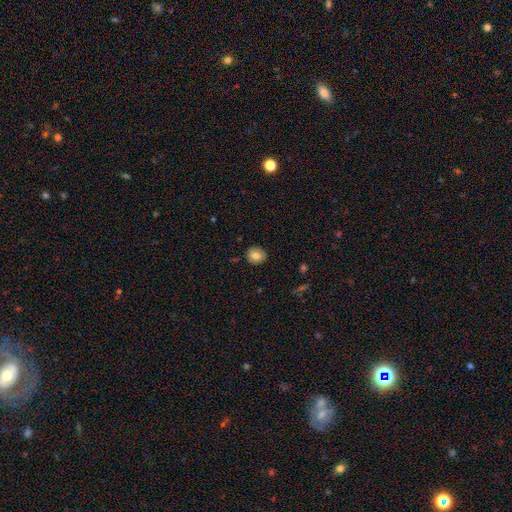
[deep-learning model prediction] smooth 77%, featured or disk 14%, star or artifact 9%. Down the decision tree: how rounded — round (78%); merging — none (87%).